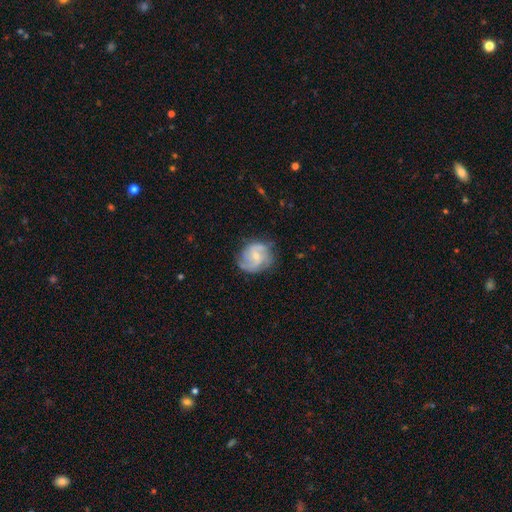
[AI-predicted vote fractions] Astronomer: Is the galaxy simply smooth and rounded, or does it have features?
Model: featured or disk — 77%.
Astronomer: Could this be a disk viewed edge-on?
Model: no — 98%.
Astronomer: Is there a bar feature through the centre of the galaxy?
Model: no — 50% (runner-up: weak, 43%).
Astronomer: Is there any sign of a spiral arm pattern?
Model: yes — 94%.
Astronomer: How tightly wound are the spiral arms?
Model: medium — 46% (runner-up: tight, 34%).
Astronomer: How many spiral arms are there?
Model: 2 — 39% (runner-up: 3, 28%).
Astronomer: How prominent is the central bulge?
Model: small — 61%.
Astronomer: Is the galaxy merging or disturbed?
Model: none — 70%.